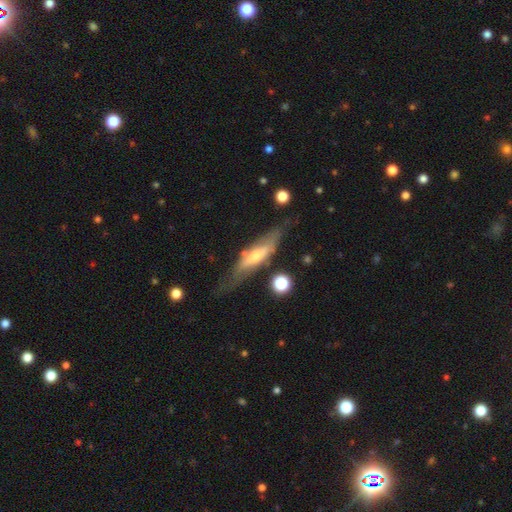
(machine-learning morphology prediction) The model was most divided on "smooth or featured": featured or disk: 62%, smooth: 32%, star or artifact: 6%. More confident: edge-on disk — yes (69%); merging — none (61%).